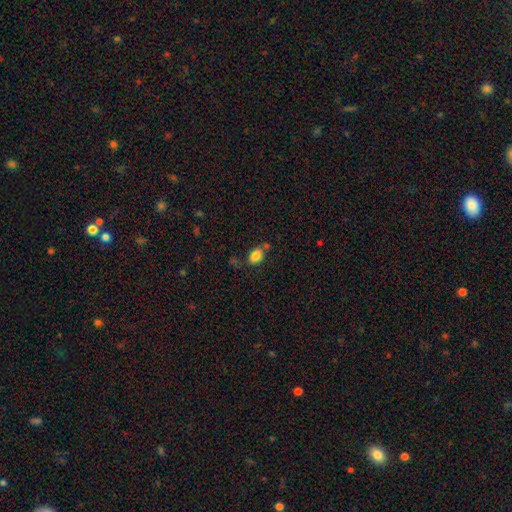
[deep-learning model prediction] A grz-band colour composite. It shows a smooth galaxy with no disk features (84%) that is in between round and cigar-shaped (76%). Merging: none (65%).